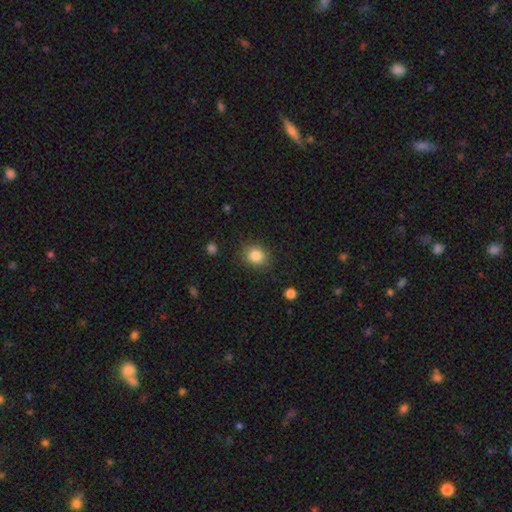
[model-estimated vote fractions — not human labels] The model was most divided on "how rounded": round: 71%, in between: 28%, cigar-shaped: 1%. More confident: merging — none (86%); smooth or featured — smooth (85%).